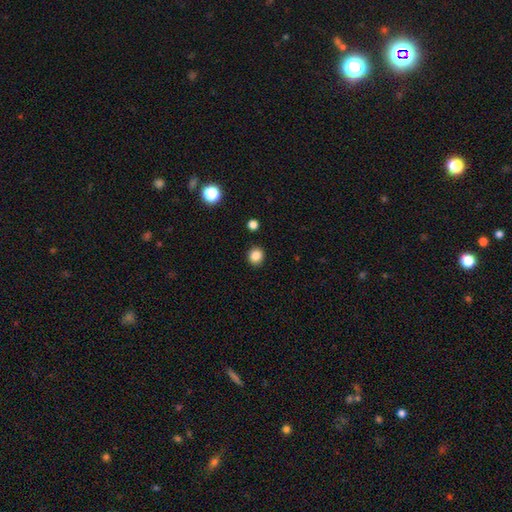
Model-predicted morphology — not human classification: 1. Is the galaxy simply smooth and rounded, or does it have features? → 85% smooth, 11% star or artifact, 4% featured or disk.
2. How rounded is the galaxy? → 86% round, 13% in between, 1% cigar-shaped.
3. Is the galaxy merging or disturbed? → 90% none, 6% minor disturbance, 2% major disturbance, 2% merger.